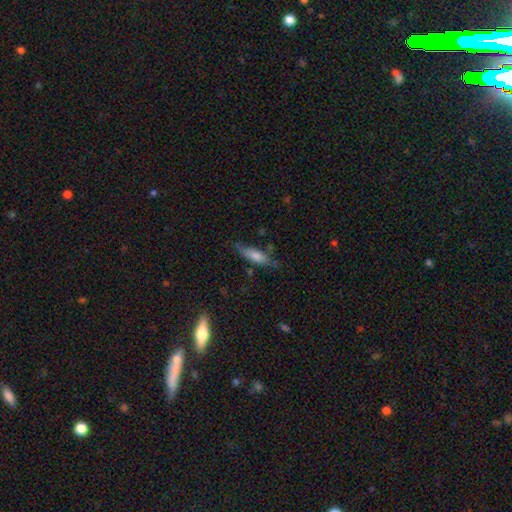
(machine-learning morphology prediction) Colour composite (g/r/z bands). It shows a smooth galaxy with no disk features (67%) that is cigar-shaped (58%). Merging: none (66%).